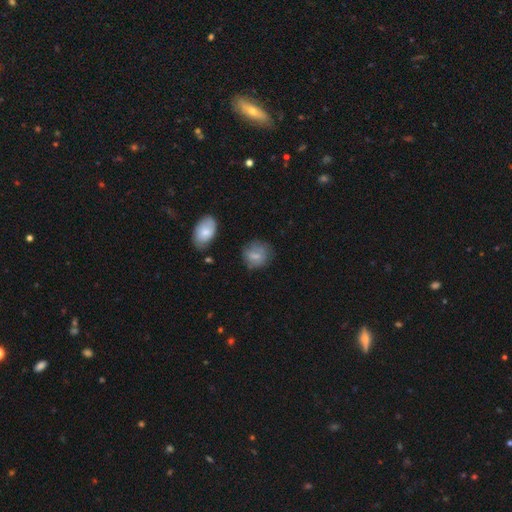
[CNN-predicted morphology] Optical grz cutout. It shows a smooth galaxy with no disk features (68%) that is round (67%). Merging: none (70%).